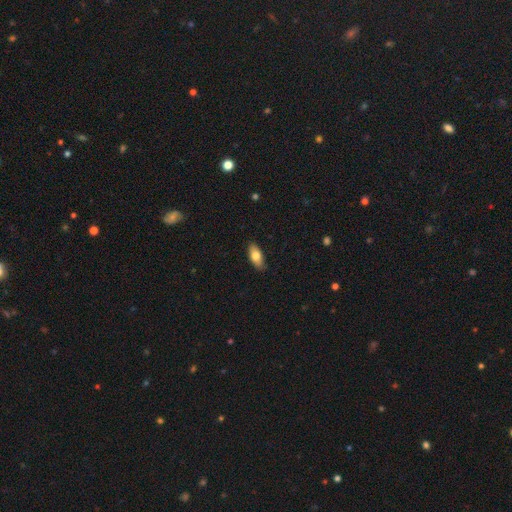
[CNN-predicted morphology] A smooth galaxy with no disk features (77%) that is in between round and cigar-shaped (84%).

Vote fractions:
- Smooth or featured? smooth: 77% / featured or disk: 17% / star or artifact: 6%
- How rounded? in between: 84% / cigar-shaped: 13% / round: 3%
- Merging? none: 87% / minor disturbance: 10% / major disturbance: 2% / merger: 1%